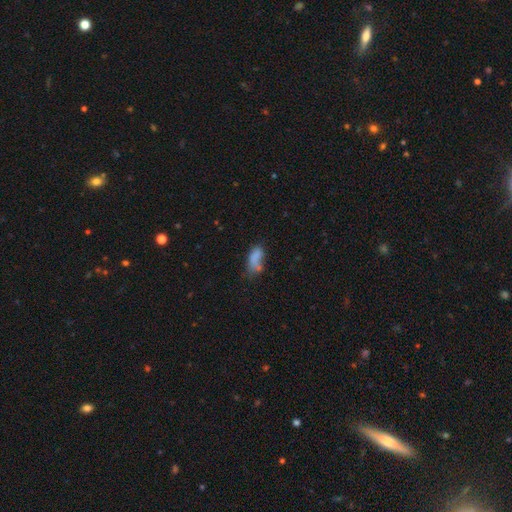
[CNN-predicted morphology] Overall: smooth (71%). How rounded: in between (83%). Merging: none (37%; minor disturbance 28%).